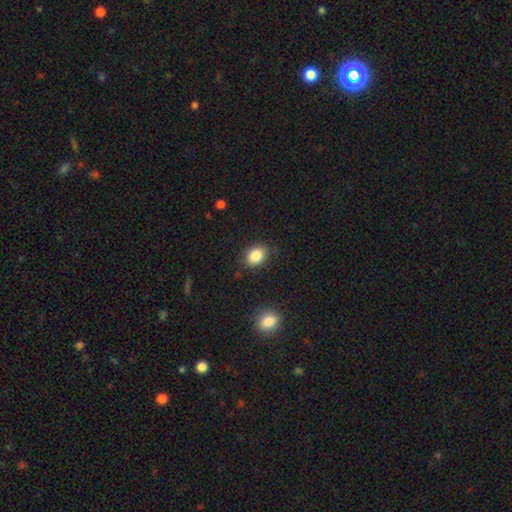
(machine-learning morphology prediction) A smooth galaxy with no disk features (85%) that is in between round and cigar-shaped (68%).

Vote fractions:
- Smooth or featured? smooth: 85% / star or artifact: 9% / featured or disk: 6%
- How rounded? in between: 68% / round: 31% / cigar-shaped: 1%
- Merging? none: 85% / minor disturbance: 11% / major disturbance: 3% / merger: 2%